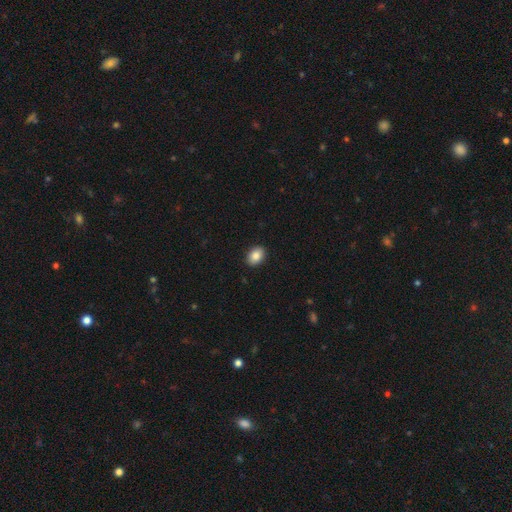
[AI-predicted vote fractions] smooth-or-featured: smooth: 86% | star or artifact: 8% | featured or disk: 6%
  how-rounded: in between: 75% | round: 24% | cigar-shaped: 1%
  merging: none: 91% | minor disturbance: 6% | major disturbance: 2% | merger: 1%